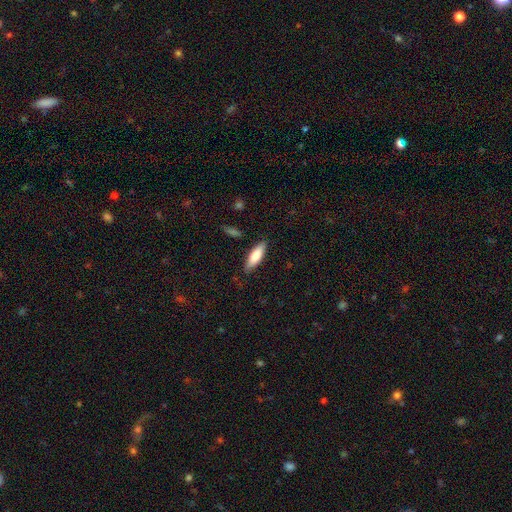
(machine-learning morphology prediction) type=smooth (79%); roundness=in between (52%); merging=none (84%).